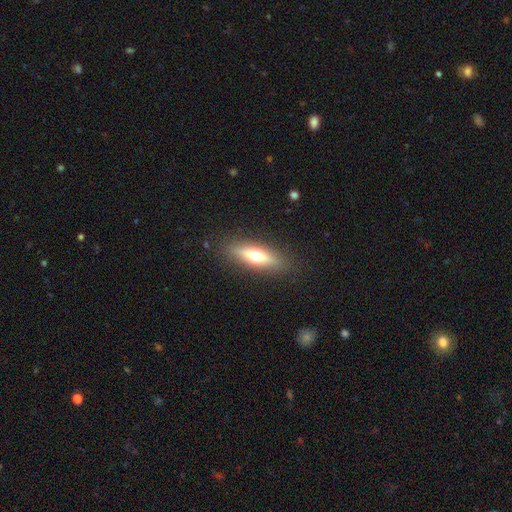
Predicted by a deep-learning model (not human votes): smooth_or_featured: smooth (p=0.55) [alt: featured or disk p=0.38]
how_rounded: cigar-shaped (p=0.57) [alt: in between p=0.40]
merging: none (p=0.88) [alt: minor disturbance p=0.09]